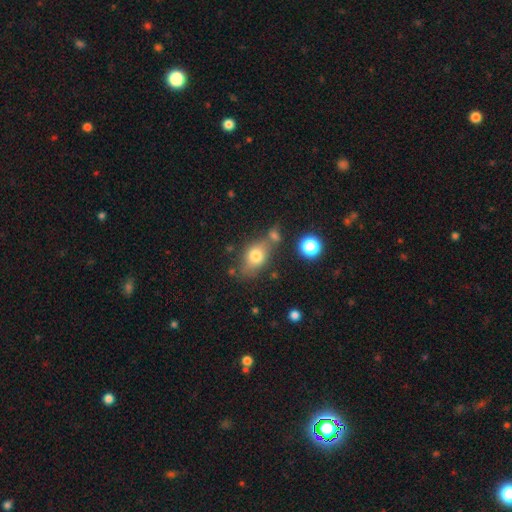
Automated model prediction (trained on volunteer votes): smooth_or_featured: smooth (p=0.75) [alt: featured or disk p=0.15]
how_rounded: in between (p=0.73) [alt: round p=0.25]
merging: none (p=0.56) [alt: merger p=0.20]